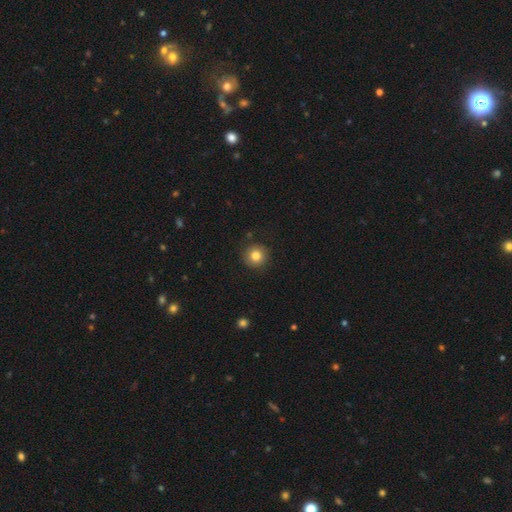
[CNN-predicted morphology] Q: Smooth or featured?
A: smooth (83%); runner-up: star or artifact (10%)
Q: How rounded?
A: round (94%); runner-up: in between (5%)
Q: Merging?
A: none (87%); runner-up: minor disturbance (9%)